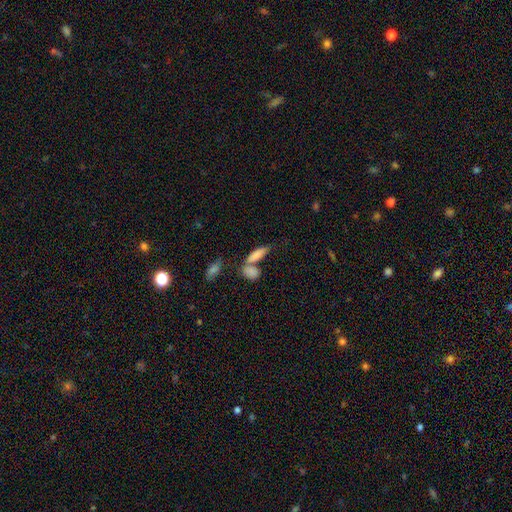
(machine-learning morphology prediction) smooth_or_featured: smooth (p=0.80) [alt: featured or disk p=0.12]
how_rounded: in between (p=0.61) [alt: cigar-shaped p=0.35]
merging: none (p=0.42) [alt: merger p=0.41]